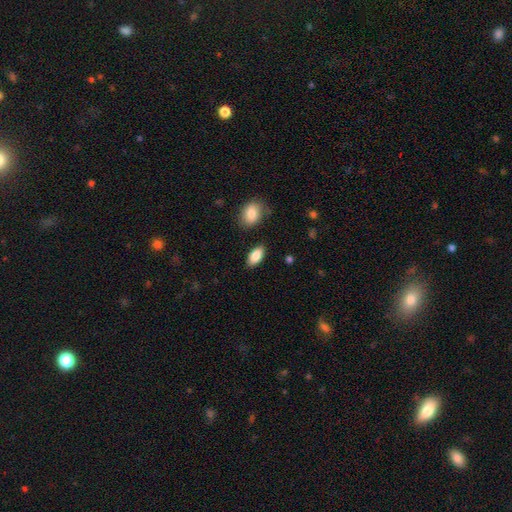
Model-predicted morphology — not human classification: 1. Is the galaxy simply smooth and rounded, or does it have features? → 87% smooth, 7% featured or disk, 7% star or artifact.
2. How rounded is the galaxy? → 92% in between, 5% cigar-shaped, 3% round.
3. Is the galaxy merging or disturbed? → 86% none, 9% minor disturbance, 2% major disturbance, 2% merger.